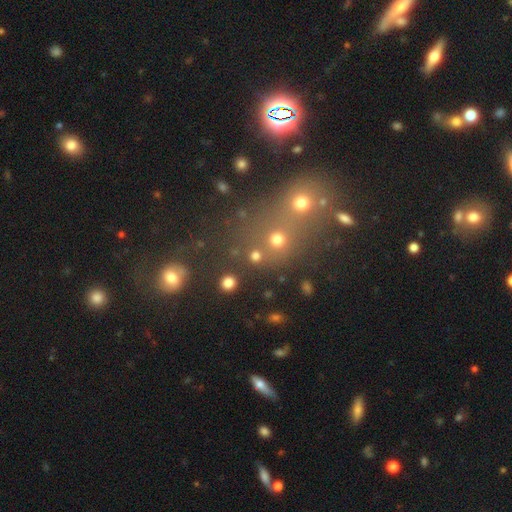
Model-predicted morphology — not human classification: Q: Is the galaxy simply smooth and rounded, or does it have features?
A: smooth — 75%.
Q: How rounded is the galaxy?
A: round — 89%.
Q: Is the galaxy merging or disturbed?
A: none — 76%.